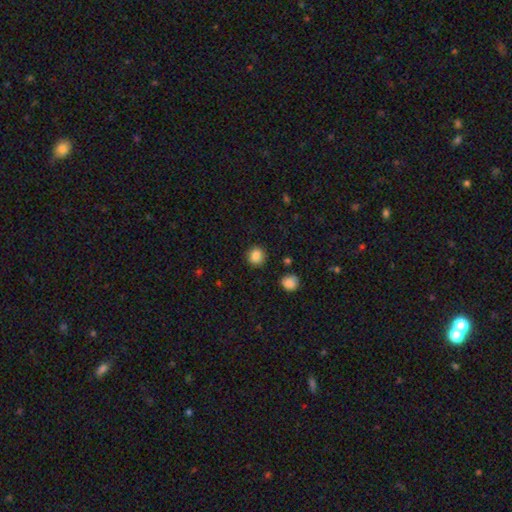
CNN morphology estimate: This appears to be a smooth galaxy with no disk features (86%) that is round (89%). Merging: none (90%).